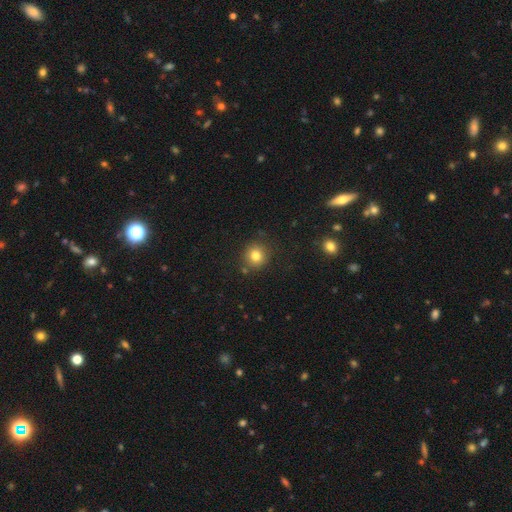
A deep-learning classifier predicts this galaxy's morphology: Smooth or featured?
  - smooth: 80% *
  - star or artifact: 13%
  - featured or disk: 8%
How rounded?
  - round: 90% *
  - in between: 9%
  - cigar-shaped: 1%
Merging?
  - none: 83% *
  - minor disturbance: 10%
  - merger: 4%
  - major disturbance: 3%